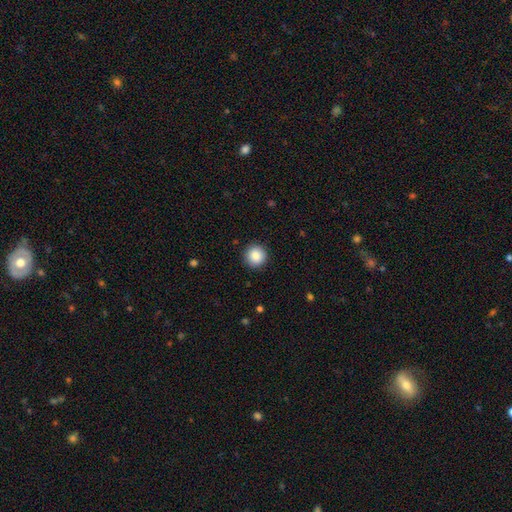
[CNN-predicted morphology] The model was most divided on "smooth or featured": smooth: 87%, star or artifact: 8%, featured or disk: 4%. More confident: how rounded — round (95%); merging — none (92%).